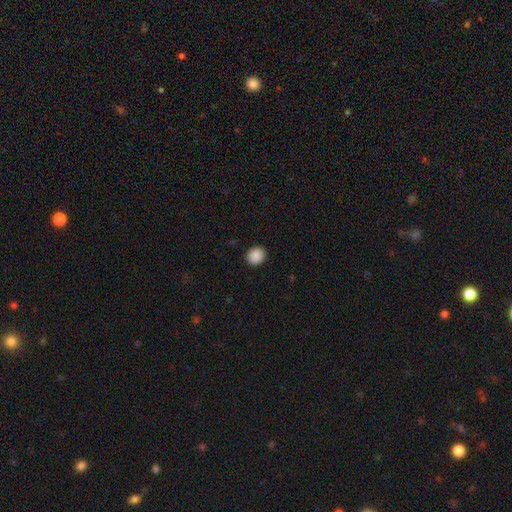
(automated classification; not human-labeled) The model was most divided on "how rounded": round: 69%, in between: 30%, cigar-shaped: 1%. More confident: merging — none (90%); smooth or featured — smooth (89%).